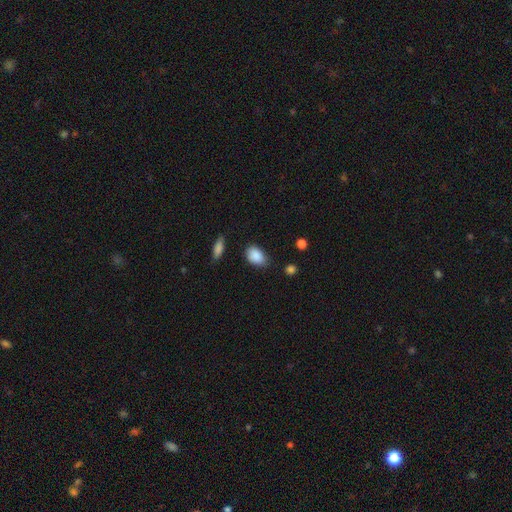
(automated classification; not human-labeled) This is clearly a smooth galaxy (88%). How rounded: clearly in between (84%). Merging: likely none (67%).